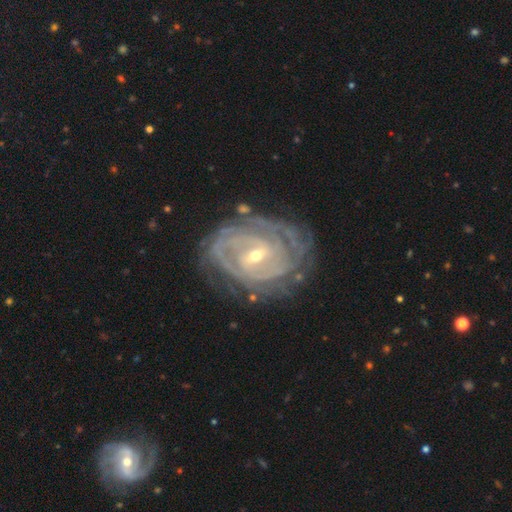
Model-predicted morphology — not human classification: Smooth or featured? featured or disk (90%)
Edge-on disk? no (97%)
Bar? weak (49%)
Spiral arms? yes (97%)
Spiral winding? tight (79%)
Spiral arm count? can't tell (31%)
Bulge size? small (57%)
Merging? none (74%)